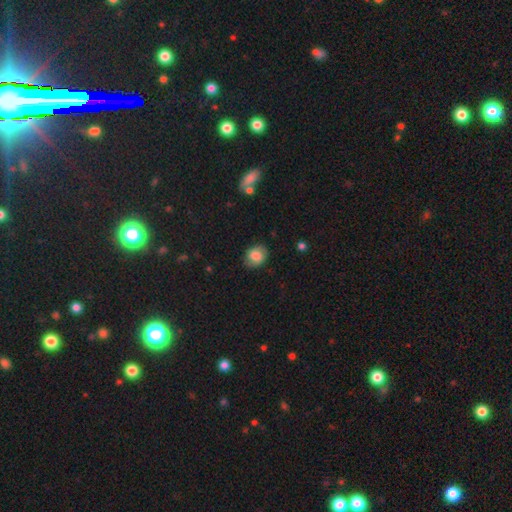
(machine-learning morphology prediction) Smooth or featured: smooth — 75% (featured or disk — 17%)
How rounded: in between — 60% (round — 39%)
Merging: none — 79% (minor disturbance — 16%)